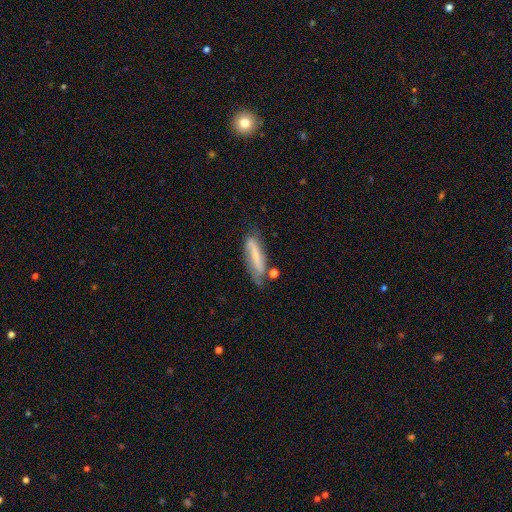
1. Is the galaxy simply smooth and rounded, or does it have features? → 53% smooth, 44% featured or disk, 3% star or artifact.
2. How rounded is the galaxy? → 58% cigar-shaped, 42% in between, 0% round.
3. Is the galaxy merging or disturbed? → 54% none, 37% minor disturbance, 6% merger, 3% major disturbance.